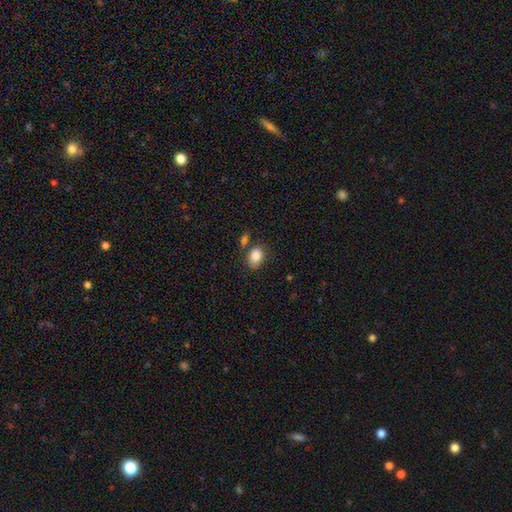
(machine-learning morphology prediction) Q: Smooth or featured?
A: smooth (85%); runner-up: star or artifact (8%)
Q: How rounded?
A: in between (73%); runner-up: round (26%)
Q: Merging?
A: none (64%); runner-up: minor disturbance (18%)